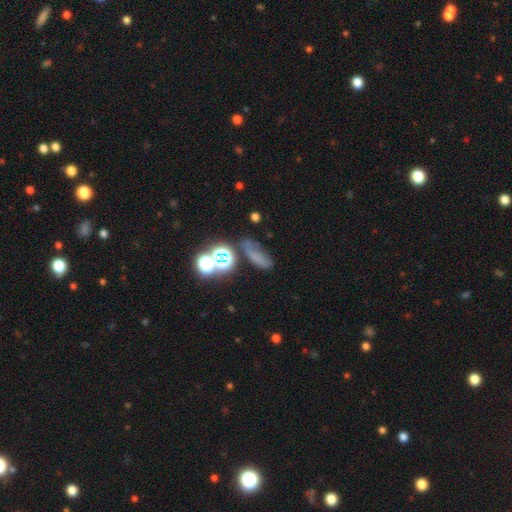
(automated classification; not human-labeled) This appears to be a smooth galaxy with no disk features (49%). Merging: none (48%).